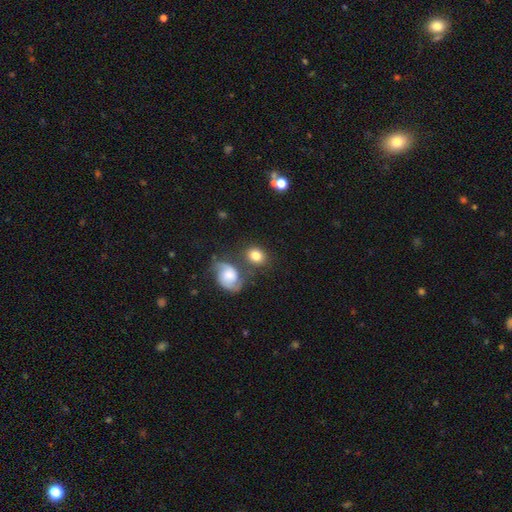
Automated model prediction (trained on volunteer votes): smooth-or-featured: smooth: 74% | featured or disk: 17% | star or artifact: 8%
  how-rounded: round: 59% | in between: 40% | cigar-shaped: 1%
  merging: none: 62% | merger: 19% | minor disturbance: 14% | major disturbance: 5%